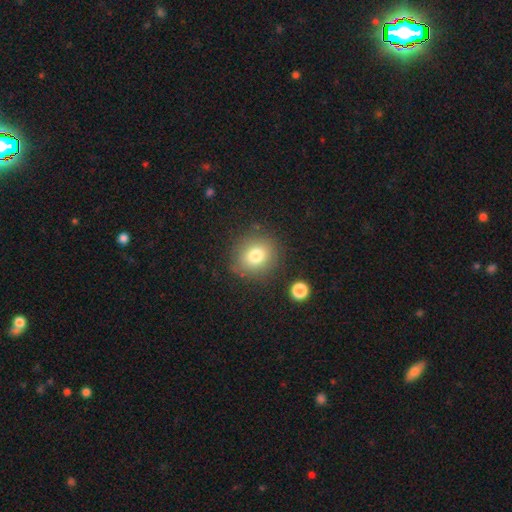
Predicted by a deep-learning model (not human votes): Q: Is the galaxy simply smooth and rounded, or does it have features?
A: smooth — 78%.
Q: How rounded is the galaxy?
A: round — 82%.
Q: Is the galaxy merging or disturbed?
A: none — 83%.